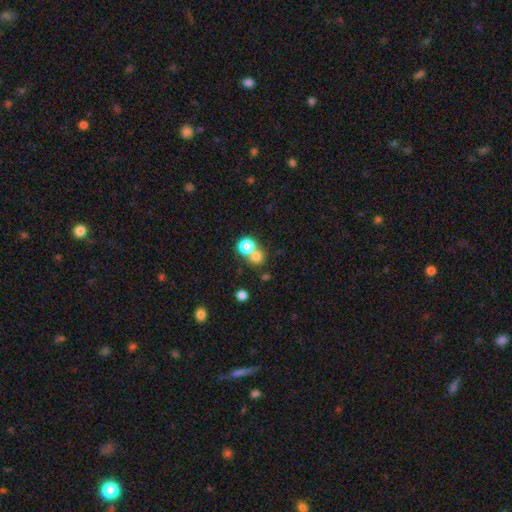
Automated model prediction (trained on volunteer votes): Overall: smooth (74%). How rounded: round (86%). Merging: none (49%; merger 41%).